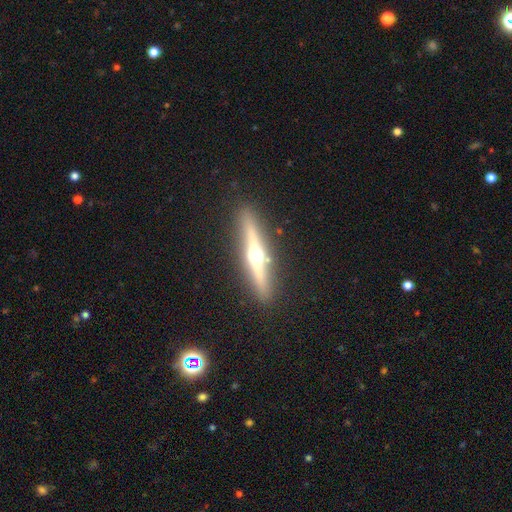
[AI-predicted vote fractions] This is likely a featured or disk galaxy (76%). It is clearly viewed edge-on (97%). Edge-on bulge: clearly rounded (96%). Merging: clearly none (90%).